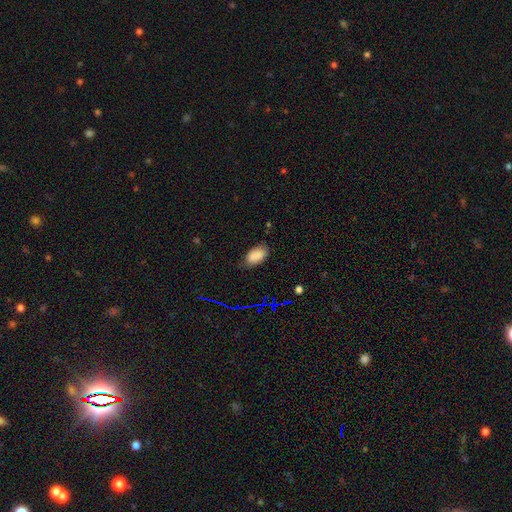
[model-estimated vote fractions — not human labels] This is clearly a smooth galaxy (86%). How rounded: clearly in between (94%). Merging: likely none (74%).